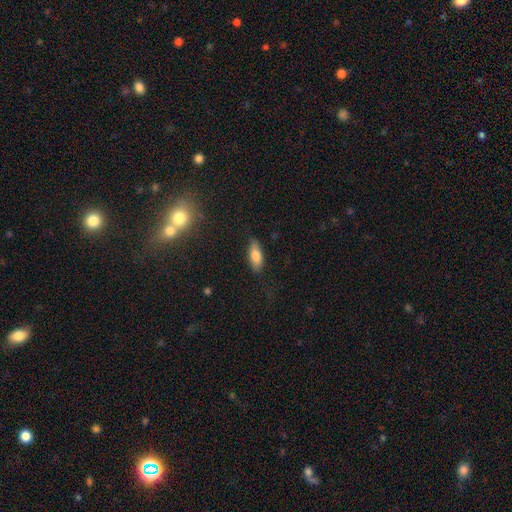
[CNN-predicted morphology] A smooth galaxy with no disk features (76%) that is in between round and cigar-shaped (74%). Merging: none (84%).